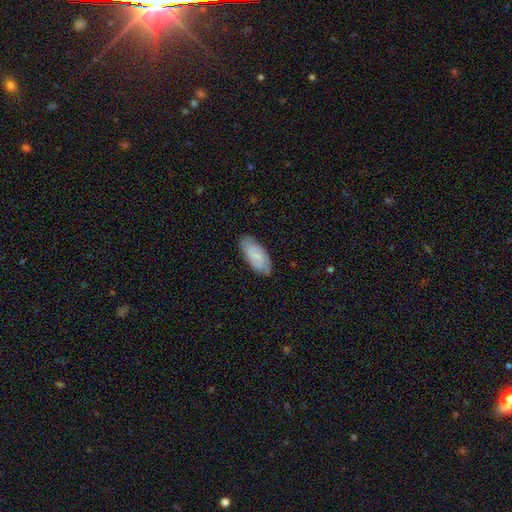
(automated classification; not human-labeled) Smooth or featured? Predicted: smooth (p=0.65). How rounded? Predicted: in between (p=0.88). Merging? Predicted: none (p=0.83).